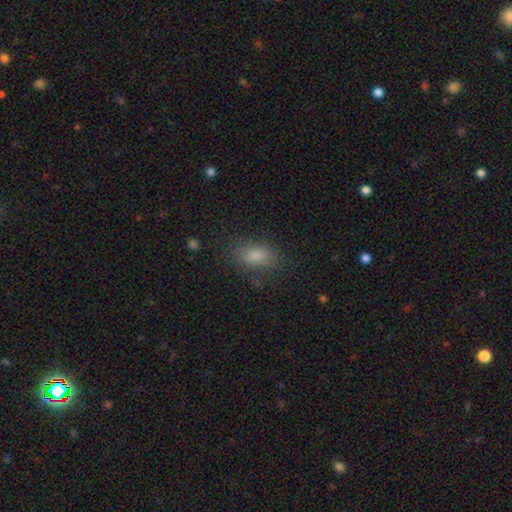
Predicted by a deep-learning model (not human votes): A smooth galaxy with no disk features (83%) that is in between round and cigar-shaped (87%).

Vote fractions:
- Smooth or featured? smooth: 83% / star or artifact: 10% / featured or disk: 7%
- How rounded? in between: 87% / round: 10% / cigar-shaped: 4%
- Merging? none: 77% / minor disturbance: 15% / major disturbance: 6% / merger: 2%